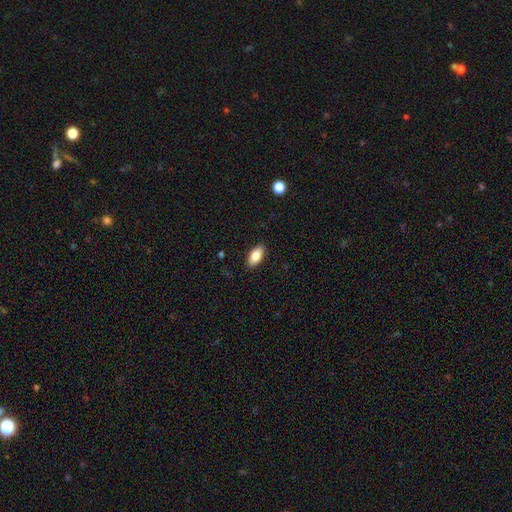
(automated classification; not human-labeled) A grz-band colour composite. It shows a smooth galaxy with no disk features (85%) that is in between round and cigar-shaped (91%). Merging: none (88%).